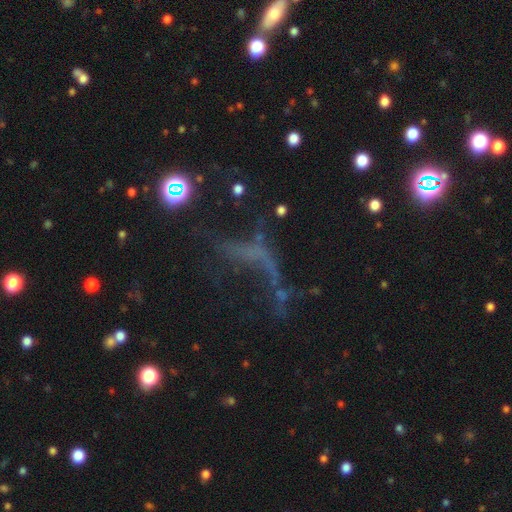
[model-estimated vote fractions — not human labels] A featured or disk galaxy (39%).

Vote fractions:
- Smooth or featured? featured or disk: 39% / star or artifact: 34% / smooth: 26%
- Merging? major disturbance: 42% / none: 33% / minor disturbance: 13% / merger: 11%